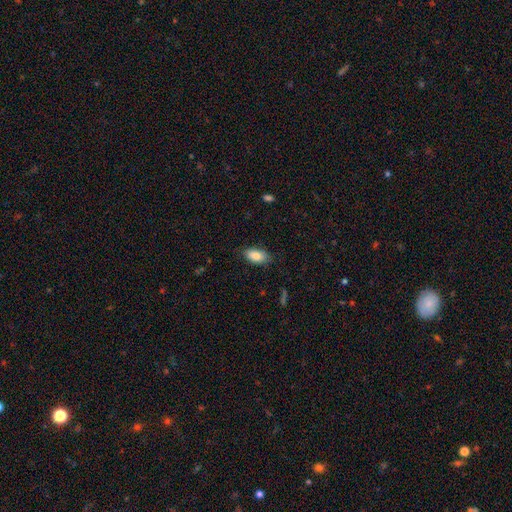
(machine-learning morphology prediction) This is clearly a smooth galaxy (84%). How rounded: clearly in between (92%). Merging: clearly none (82%).